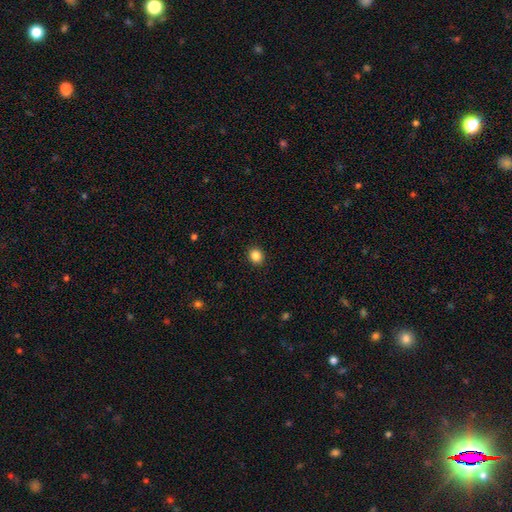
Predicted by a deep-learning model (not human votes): smooth-or-featured: smooth: 85% | star or artifact: 11% | featured or disk: 4%
  how-rounded: round: 80% | in between: 20% | cigar-shaped: 1%
  merging: none: 92% | minor disturbance: 5% | major disturbance: 2% | merger: 1%